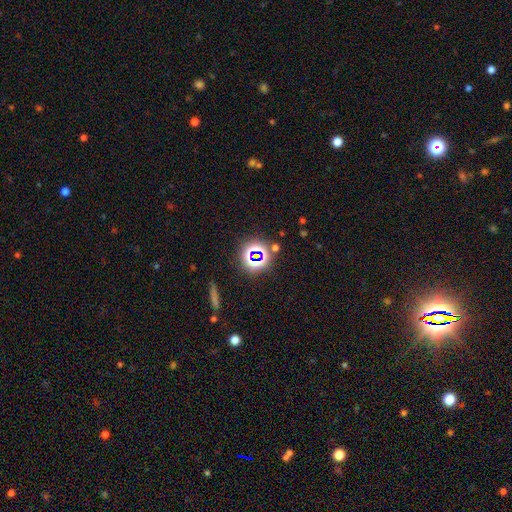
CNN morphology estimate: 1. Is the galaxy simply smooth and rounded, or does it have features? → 67% star or artifact, 23% smooth, 11% featured or disk.